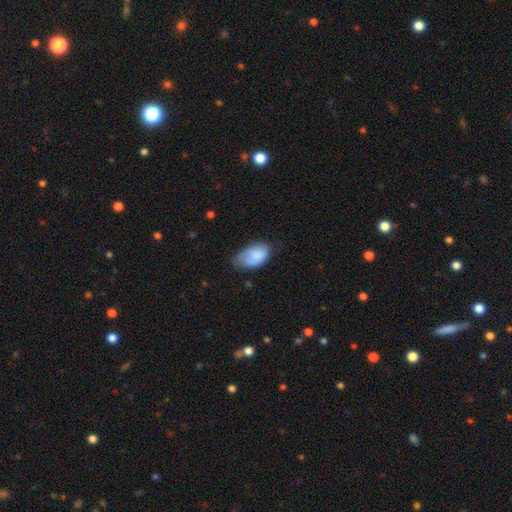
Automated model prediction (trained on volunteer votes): smooth 82%, featured or disk 11%, star or artifact 7%. Down the decision tree: how rounded — in between (93%); merging — none (48%).